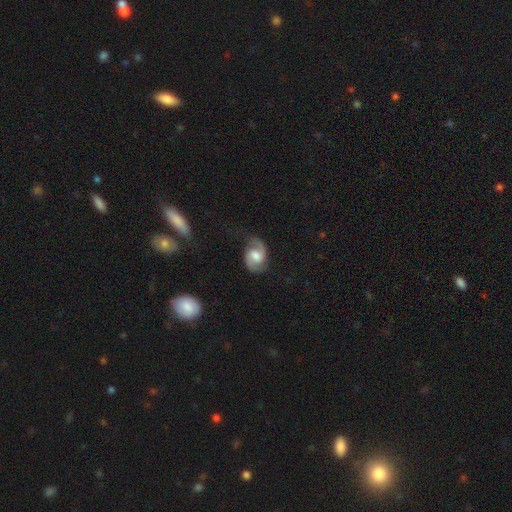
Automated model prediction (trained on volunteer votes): This appears to be a featured or disk galaxy (81%) with a weak bar (47%), 2 (92%) medium (53%) spiral arms (96%) and a moderate central bulge (55%). Merging: none (74%).